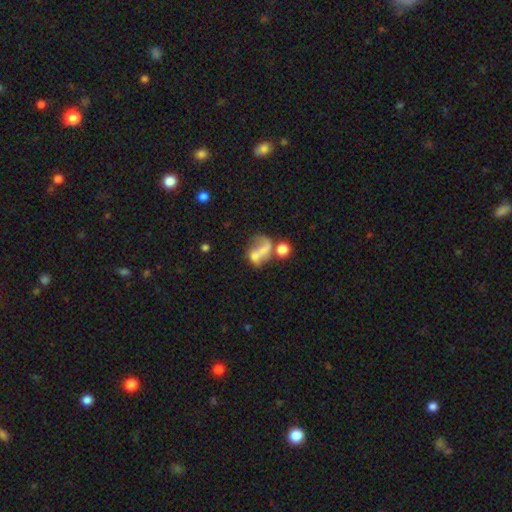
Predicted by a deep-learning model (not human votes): This appears to be a featured or disk galaxy (47%). Merging: merger (36%).